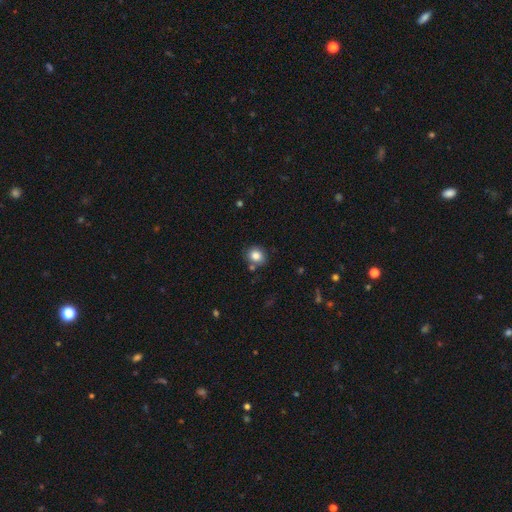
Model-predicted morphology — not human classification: This is clearly a smooth galaxy (84%). How rounded: likely round (69%). Merging: likely none (77%).